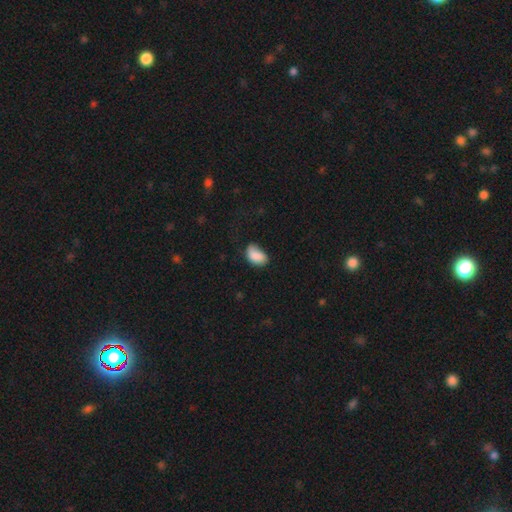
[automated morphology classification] smooth 84%, featured or disk 9%, star or artifact 8%. Down the decision tree: how rounded — in between (88%); merging — none (44%).